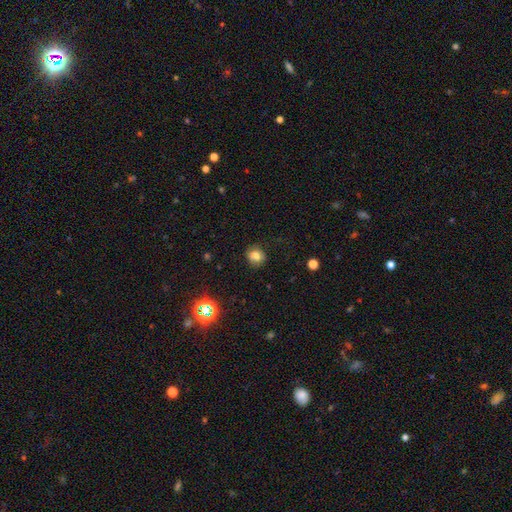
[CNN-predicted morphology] smooth 74%, star or artifact 14%, featured or disk 13%. Down the decision tree: how rounded — round (70%); merging — none (76%).